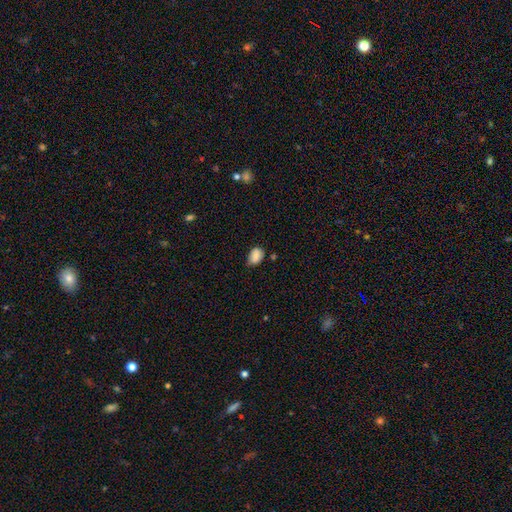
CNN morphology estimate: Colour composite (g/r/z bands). It shows a smooth galaxy with no disk features (83%) that is in between round and cigar-shaped (80%). Merging: none (55%).